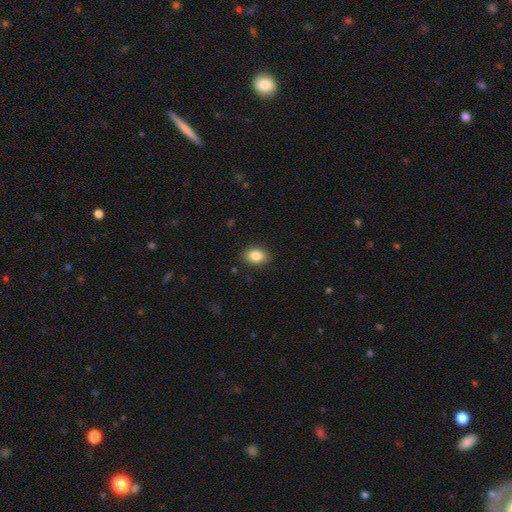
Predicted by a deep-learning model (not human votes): The model was most divided on "how rounded": in between: 69%, round: 29%, cigar-shaped: 1%. More confident: merging — none (87%); smooth or featured — smooth (84%).